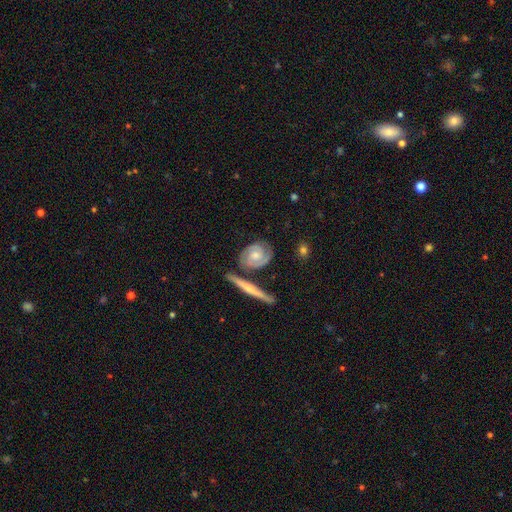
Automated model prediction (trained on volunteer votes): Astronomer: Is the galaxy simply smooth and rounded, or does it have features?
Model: featured or disk — 86%.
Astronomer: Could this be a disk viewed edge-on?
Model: no — 95%.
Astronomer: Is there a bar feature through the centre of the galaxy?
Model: no — 64%.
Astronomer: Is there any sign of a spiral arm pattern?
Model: yes — 97%.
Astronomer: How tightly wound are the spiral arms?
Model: tight — 64%.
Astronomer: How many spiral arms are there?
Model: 2 — 89%.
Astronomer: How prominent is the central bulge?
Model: moderate — 47% (runner-up: small, 42%).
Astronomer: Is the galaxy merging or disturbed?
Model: none — 75%.